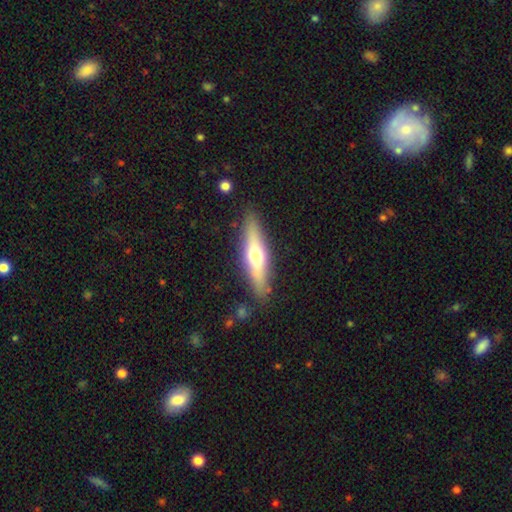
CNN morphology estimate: A featured or disk galaxy (48%). Merging: none (86%).